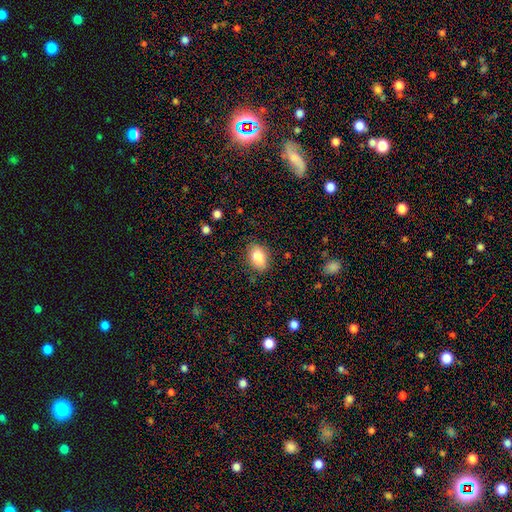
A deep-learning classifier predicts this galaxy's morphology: Smooth or featured: smooth — 86% (star or artifact — 7%)
How rounded: in between — 89% (round — 10%)
Merging: none — 81% (minor disturbance — 14%)